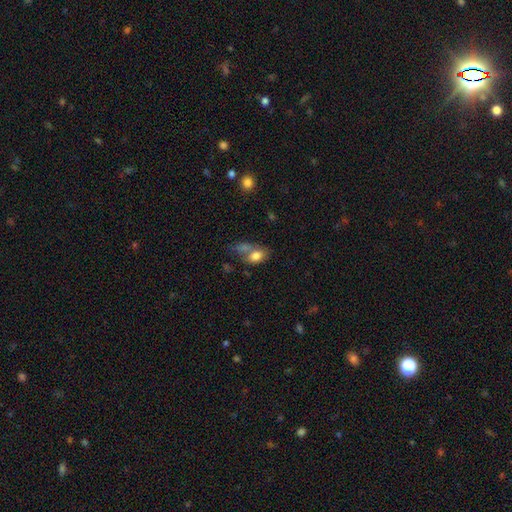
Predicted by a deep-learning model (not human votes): This appears to be a smooth galaxy with no disk features (77%) that is in between round and cigar-shaped (81%). Merging: merger (40%).